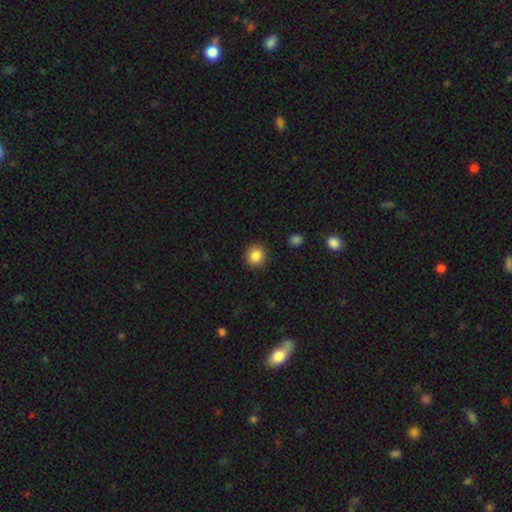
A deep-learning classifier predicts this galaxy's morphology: smooth 86%, star or artifact 9%, featured or disk 5%. Down the decision tree: how rounded — round (88%); merging — none (91%).